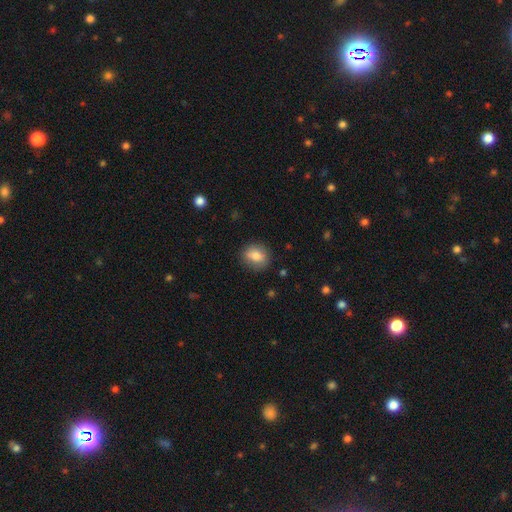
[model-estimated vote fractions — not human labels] A smooth galaxy with no disk features (80%) that is round (61%). Merging: none (84%).